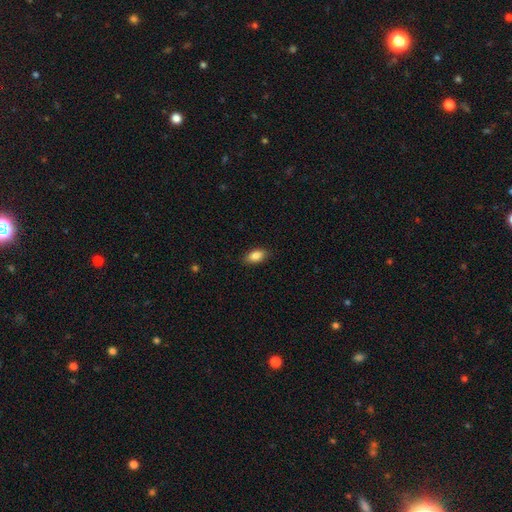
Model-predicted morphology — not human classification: smooth-or-featured: smooth: 86% | star or artifact: 7% | featured or disk: 6%
  how-rounded: in between: 90% | round: 5% | cigar-shaped: 5%
  merging: none: 86% | minor disturbance: 10% | major disturbance: 2% | merger: 1%